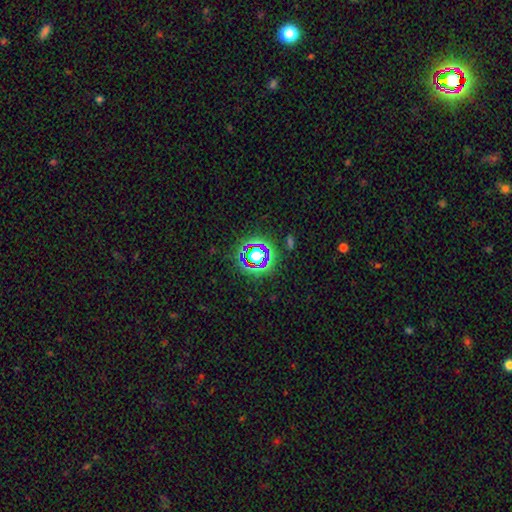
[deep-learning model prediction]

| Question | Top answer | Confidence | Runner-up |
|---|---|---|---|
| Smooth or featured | star or artifact | 63% | smooth (24%) |